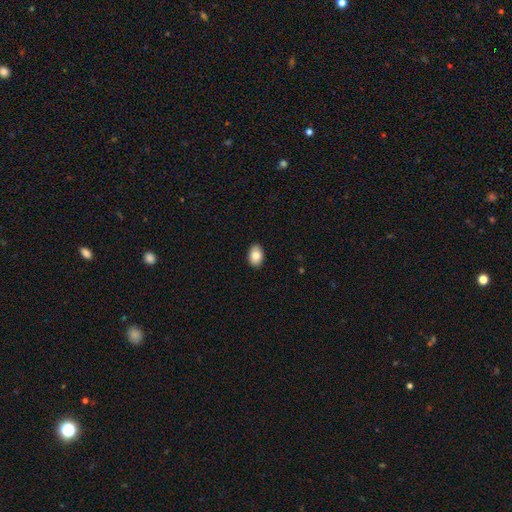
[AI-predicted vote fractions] Smooth or featured?
  - smooth: 87% *
  - star or artifact: 7%
  - featured or disk: 6%
How rounded?
  - in between: 87% *
  - round: 12%
  - cigar-shaped: 1%
Merging?
  - none: 89% *
  - minor disturbance: 8%
  - major disturbance: 2%
  - merger: 1%